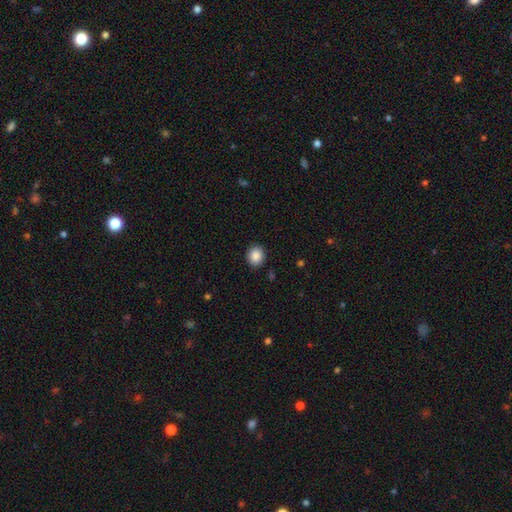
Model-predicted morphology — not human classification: Smooth or featured: smooth — 87% (star or artifact — 9%)
How rounded: round — 77% (in between — 22%)
Merging: none — 91% (minor disturbance — 6%)